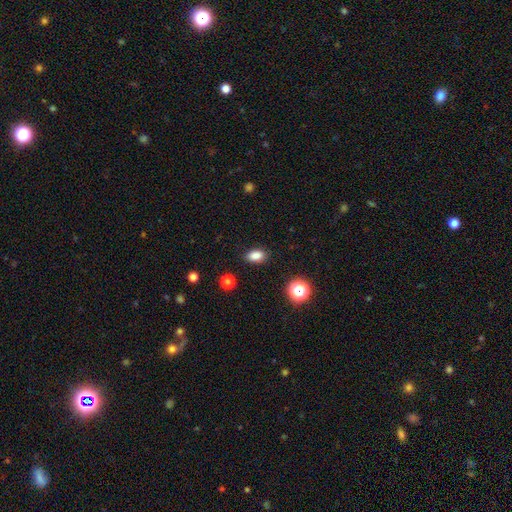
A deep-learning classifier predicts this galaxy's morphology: smooth-or-featured: smooth: 84% | star or artifact: 11% | featured or disk: 4%
  how-rounded: in between: 86% | round: 12% | cigar-shaped: 3%
  merging: none: 87% | minor disturbance: 9% | major disturbance: 2% | merger: 1%